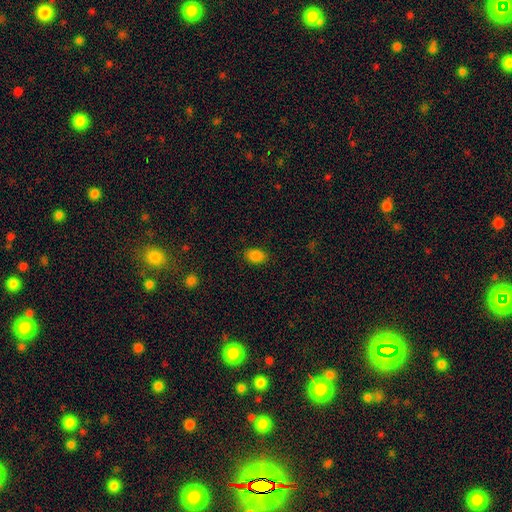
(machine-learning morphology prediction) Smooth or featured? smooth (85%)
How rounded? in between (85%)
Merging? none (86%)